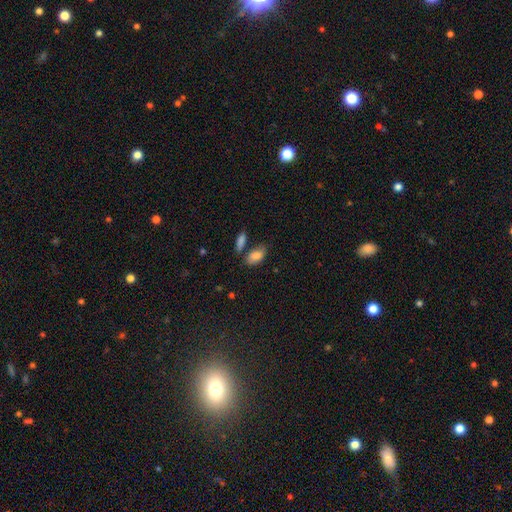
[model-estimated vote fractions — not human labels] Overall: smooth (83%). How rounded: in between (92%). Merging: none (59%; minor disturbance 21%).